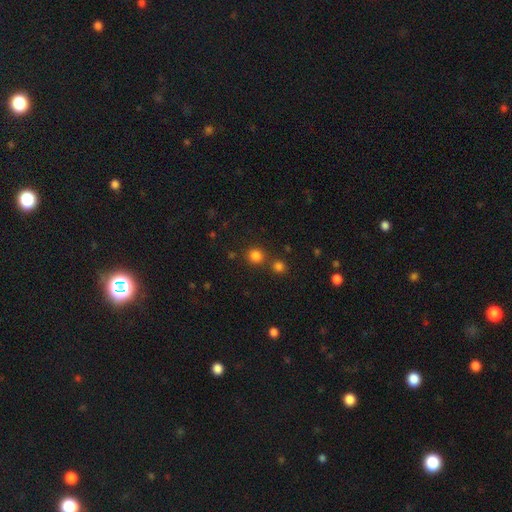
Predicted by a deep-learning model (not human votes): Smooth or featured? Predicted: smooth (p=0.80). How rounded? Predicted: round (p=0.89). Merging? Predicted: none (p=0.75).